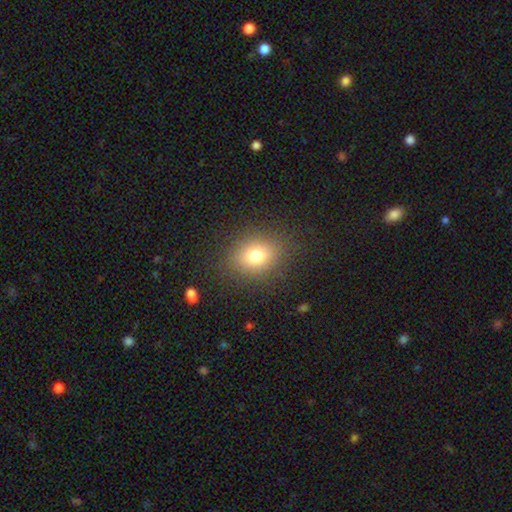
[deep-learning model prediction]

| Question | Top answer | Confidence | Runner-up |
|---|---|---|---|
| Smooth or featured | smooth | 76% | star or artifact (13%) |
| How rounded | in between | 53% | round (46%) |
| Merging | none | 84% | minor disturbance (10%) |